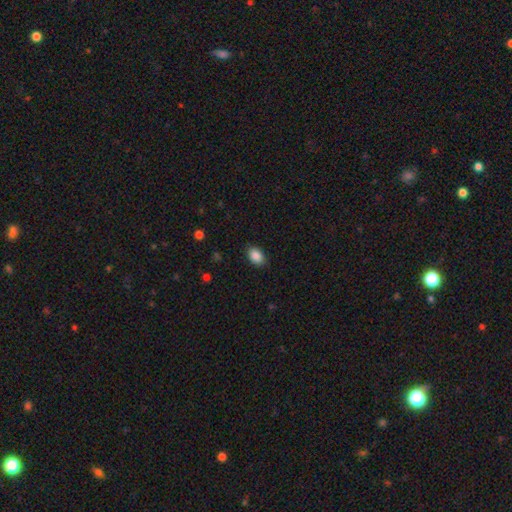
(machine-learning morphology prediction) Smooth or featured: smooth — 88% (star or artifact — 8%)
How rounded: in between — 86% (round — 13%)
Merging: none — 88% (minor disturbance — 9%)